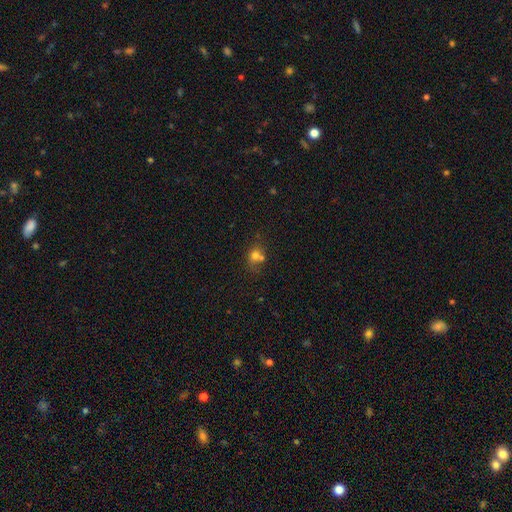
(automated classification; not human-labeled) Smooth or featured? smooth (70%)
How rounded? round (67%)
Merging? none (45%)